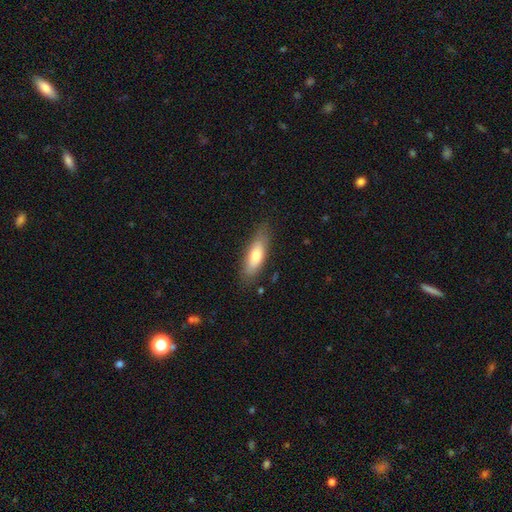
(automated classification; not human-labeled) smooth-or-featured: smooth: 70% | featured or disk: 24% | star or artifact: 6%
  how-rounded: in between: 58% | cigar-shaped: 40% | round: 2%
  merging: none: 79% | minor disturbance: 16% | major disturbance: 4% | merger: 1%